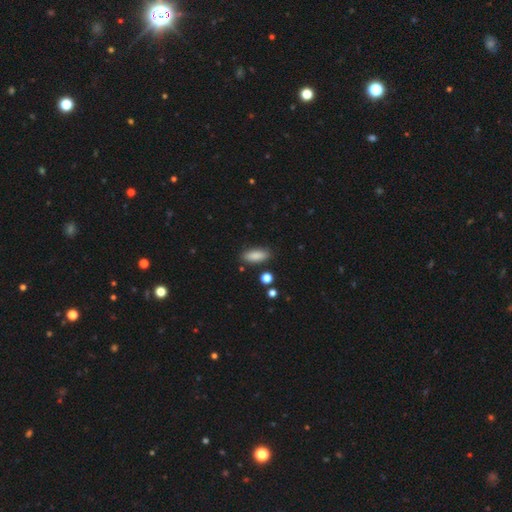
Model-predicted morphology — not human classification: This is clearly a smooth galaxy (86%). How rounded: likely in between (74%). Merging: clearly none (84%).